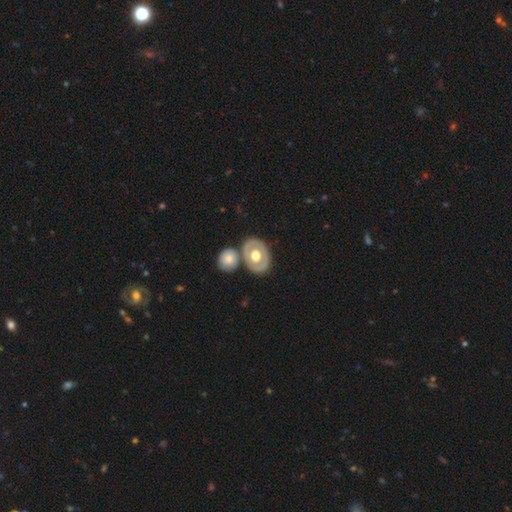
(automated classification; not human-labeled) This appears to be a featured or disk galaxy (53%). Merging: none (67%).